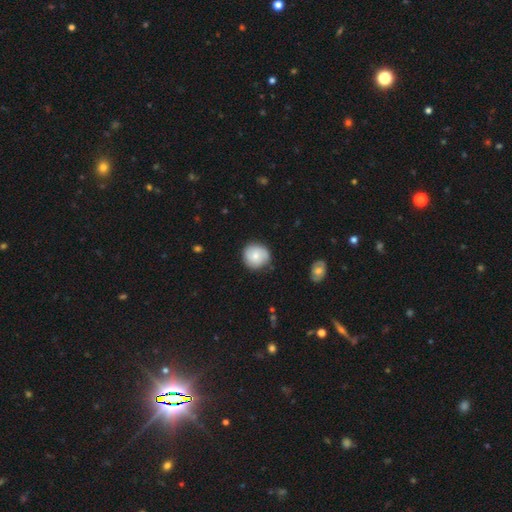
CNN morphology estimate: Smooth or featured? smooth (72%)
How rounded? round (91%)
Merging? none (80%)